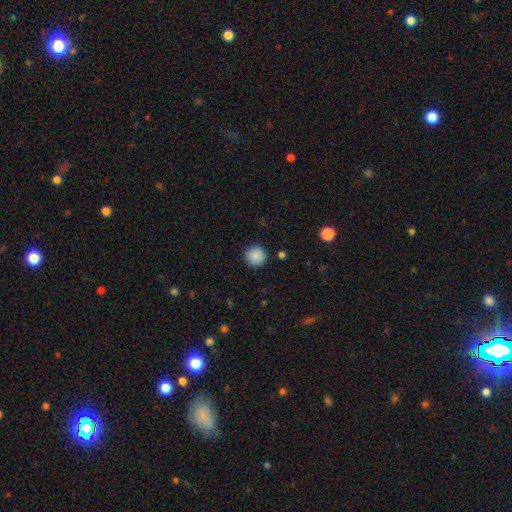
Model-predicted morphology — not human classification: Smooth or featured?
  - smooth: 89% *
  - star or artifact: 8%
  - featured or disk: 3%
How rounded?
  - round: 95% *
  - in between: 4%
  - cigar-shaped: 1%
Merging?
  - none: 91% *
  - minor disturbance: 6%
  - major disturbance: 2%
  - merger: 1%